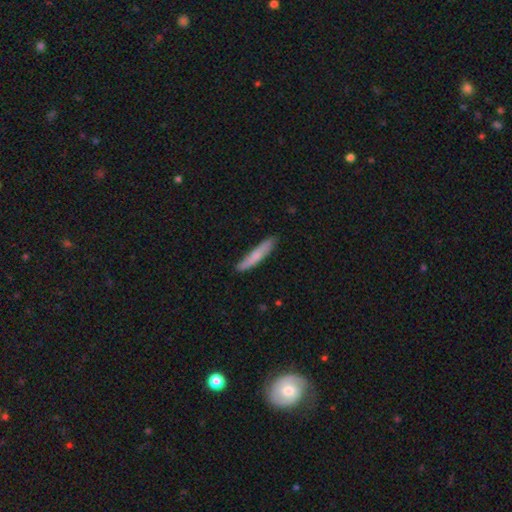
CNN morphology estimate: type=smooth (71%); roundness=cigar-shaped (91%); merging=none (82%).